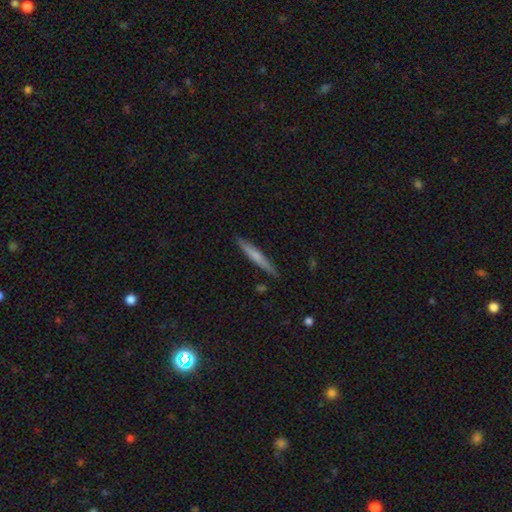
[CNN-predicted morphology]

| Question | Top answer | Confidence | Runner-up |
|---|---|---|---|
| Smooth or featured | smooth | 61% | featured or disk (33%) |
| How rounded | cigar-shaped | 95% | in between (3%) |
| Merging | none | 89% | minor disturbance (8%) |